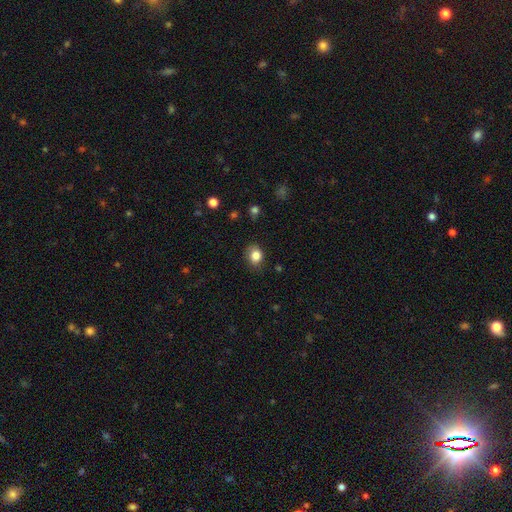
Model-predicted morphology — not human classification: Smooth or featured? smooth (84%)
How rounded? round (51%)
Merging? none (78%)